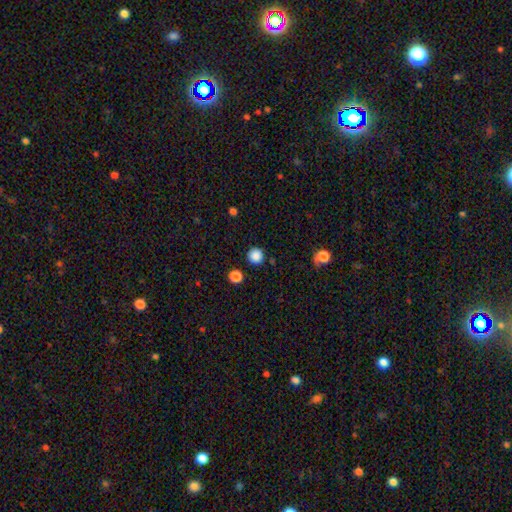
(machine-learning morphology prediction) Smooth or featured?
  - smooth: 86% *
  - star or artifact: 11%
  - featured or disk: 3%
How rounded?
  - round: 95% *
  - in between: 4%
  - cigar-shaped: 1%
Merging?
  - none: 90% *
  - minor disturbance: 6%
  - merger: 2%
  - major disturbance: 2%